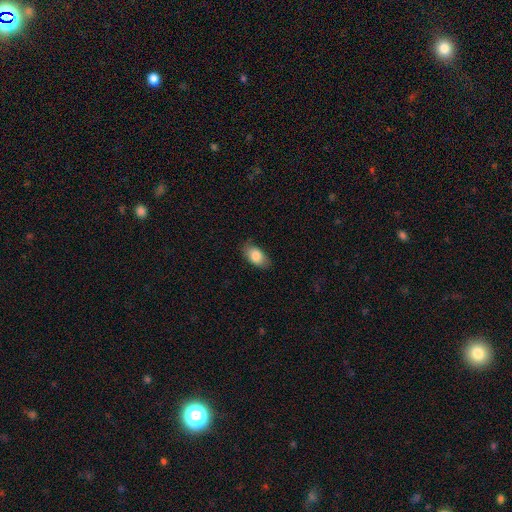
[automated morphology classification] smooth_or_featured: smooth (p=0.84) [alt: featured or disk p=0.09]
how_rounded: in between (p=0.92) [alt: round p=0.06]
merging: none (p=0.75) [alt: minor disturbance p=0.20]